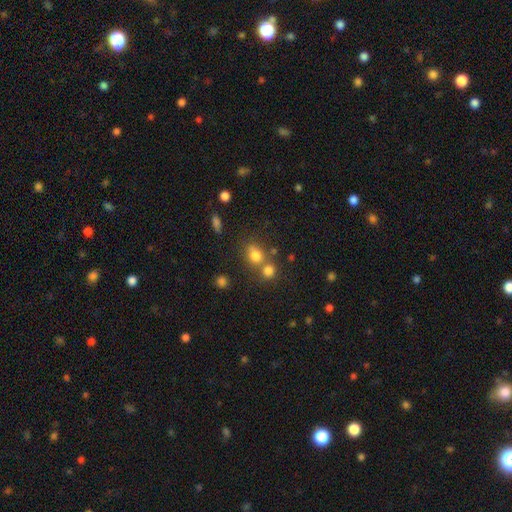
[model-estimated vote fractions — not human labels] Morphology: type=smooth (76%); roundness=round (66%); merging=none (47%).